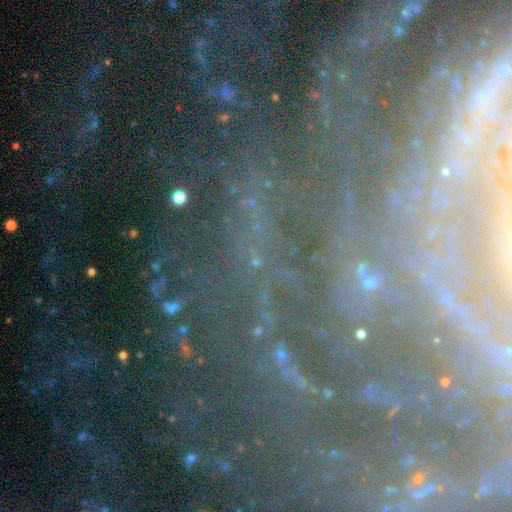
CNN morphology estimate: This is possibly a featured or disk galaxy (48%). Merging: likely none (71%).